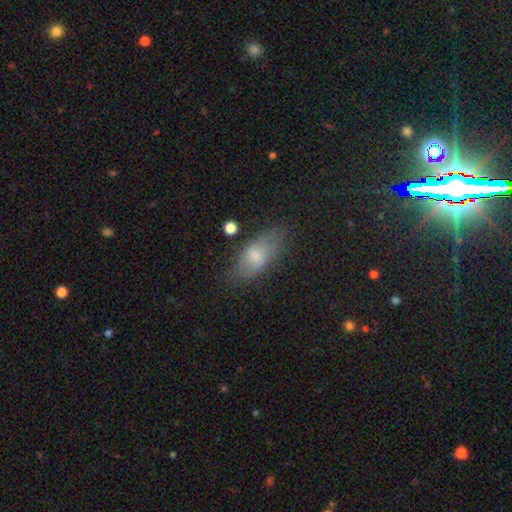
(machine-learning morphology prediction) Smooth or featured? Predicted: smooth (p=0.65). How rounded? Predicted: in between (p=0.81). Merging? Predicted: none (p=0.68).